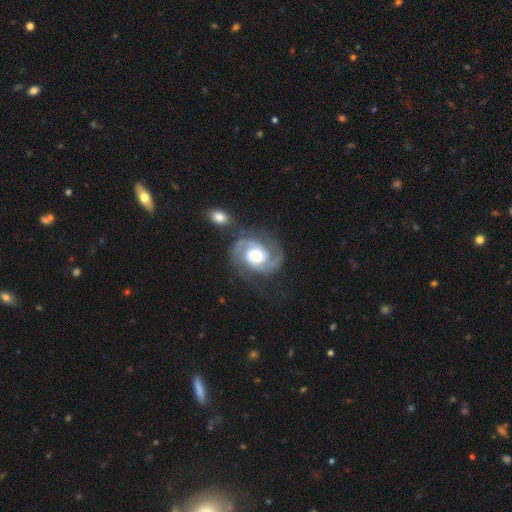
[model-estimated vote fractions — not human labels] A featured or disk galaxy (91%) with no bar (63%), 2 (91%) medium (47%) spiral arms (98%) and a moderate central bulge (59%). Merging: none (69%).